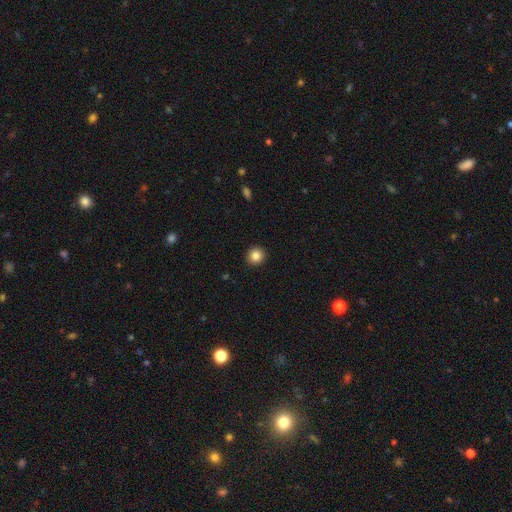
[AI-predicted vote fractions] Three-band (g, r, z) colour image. It shows a smooth galaxy with no disk features (85%) that is round (92%). Merging: none (93%).